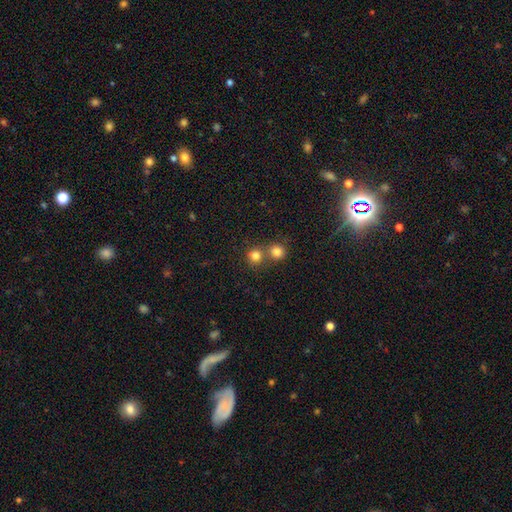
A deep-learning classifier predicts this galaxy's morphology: This is likely a smooth galaxy (80%). How rounded: clearly round (89%). Merging: possibly none (57%).